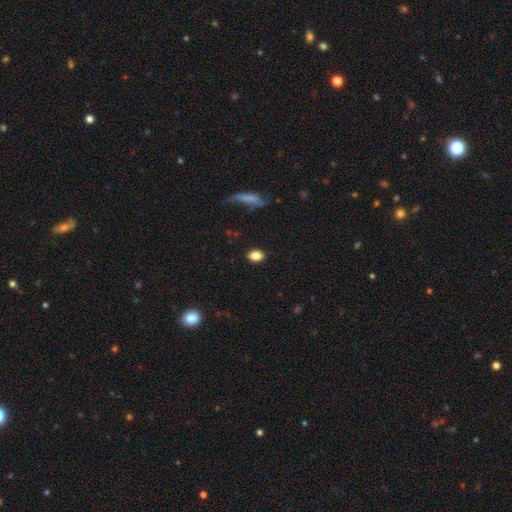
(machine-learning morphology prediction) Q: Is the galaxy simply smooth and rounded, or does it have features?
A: smooth — 85%.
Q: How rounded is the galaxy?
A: in between — 78%.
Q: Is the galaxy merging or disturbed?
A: none — 87%.